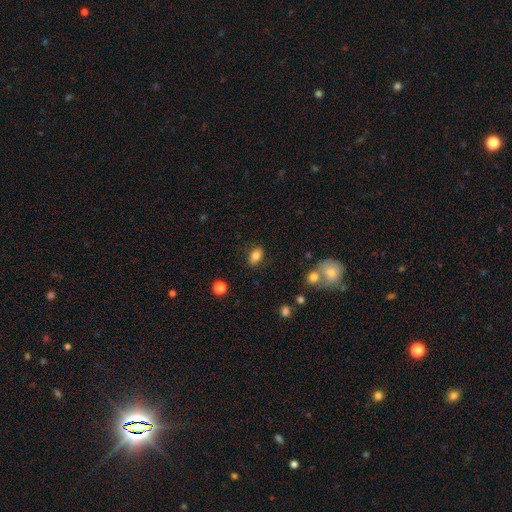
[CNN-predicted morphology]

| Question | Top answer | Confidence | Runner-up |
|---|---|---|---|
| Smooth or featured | smooth | 82% | star or artifact (9%) |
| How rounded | in between | 84% | round (14%) |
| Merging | none | 84% | minor disturbance (11%) |